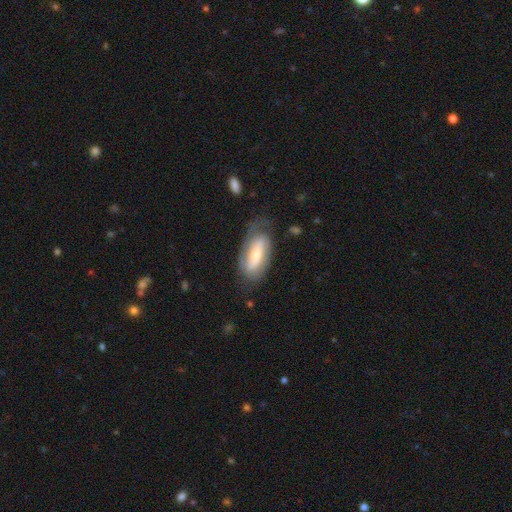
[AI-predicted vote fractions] Q: Smooth or featured?
A: featured or disk (61%); runner-up: smooth (33%)
Q: Edge-on disk?
A: no (91%); runner-up: yes (9%)
Q: Bar?
A: no (37%); runner-up: weak (33%)
Q: Spiral arms?
A: yes (80%); runner-up: no (20%)
Q: Bulge size?
A: small (43%); runner-up: moderate (39%)
Q: Merging?
A: none (57%); runner-up: minor disturbance (25%)